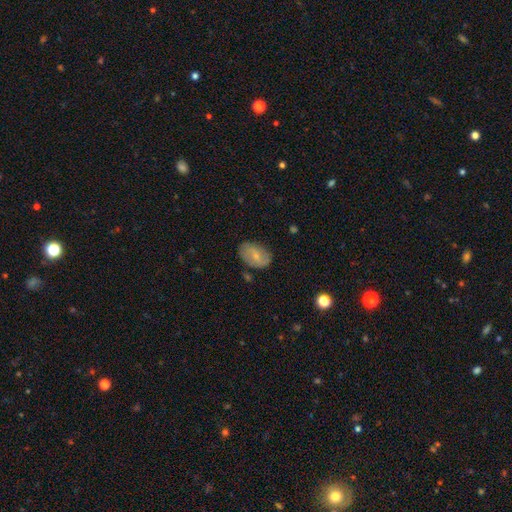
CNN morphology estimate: A smooth galaxy with no disk features (61%) that is in between round and cigar-shaped (86%).

Vote fractions:
- Smooth or featured? smooth: 61% / featured or disk: 32% / star or artifact: 7%
- How rounded? in between: 86% / round: 12% / cigar-shaped: 1%
- Merging? none: 74% / minor disturbance: 19% / major disturbance: 4% / merger: 2%